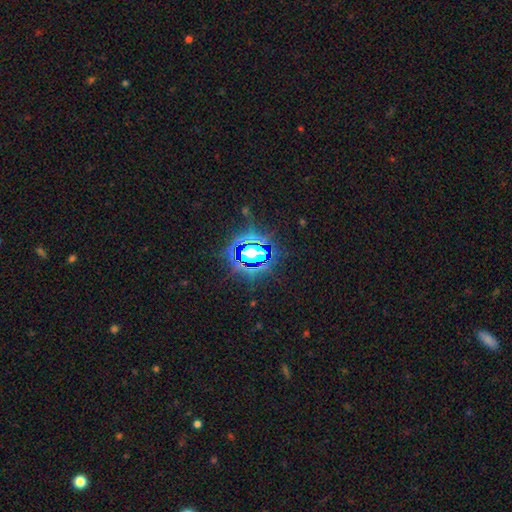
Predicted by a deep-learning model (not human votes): This is clearly a star or artifact rather than a galaxy (81%).